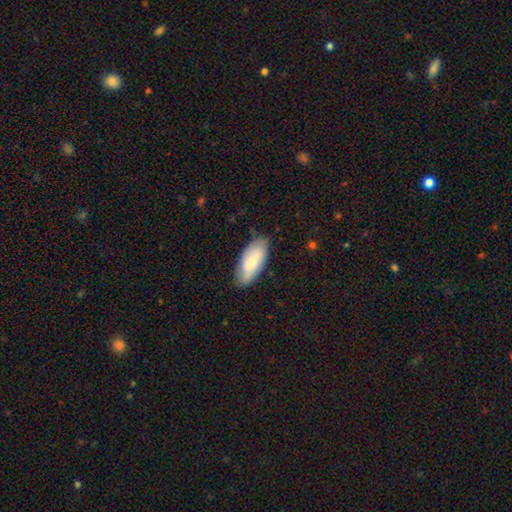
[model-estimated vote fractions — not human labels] smooth_or_featured: smooth (p=0.73) [alt: featured or disk p=0.22]
how_rounded: in between (p=0.85) [alt: cigar-shaped p=0.13]
merging: none (p=0.76) [alt: minor disturbance p=0.19]